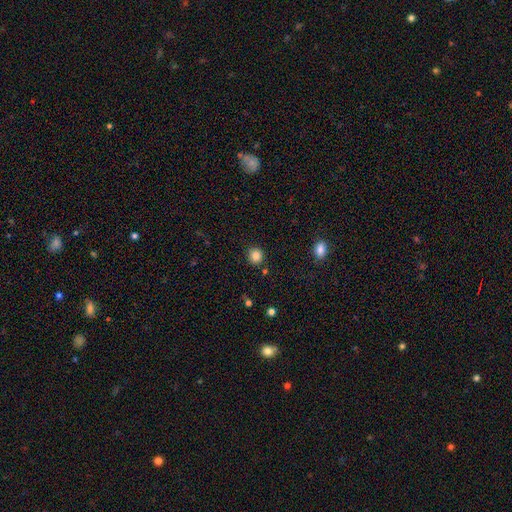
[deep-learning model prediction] Smooth or featured? smooth (84%)
How rounded? round (91%)
Merging? none (89%)